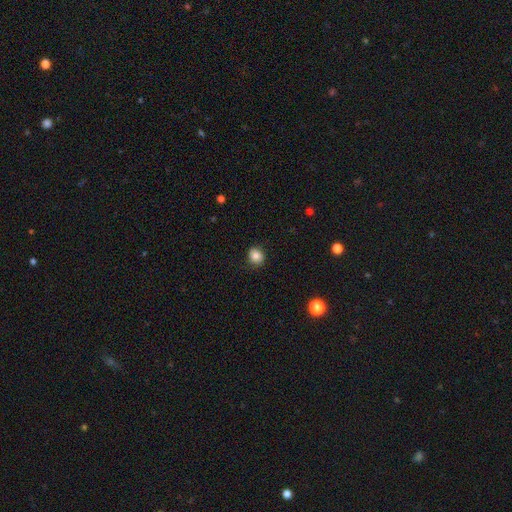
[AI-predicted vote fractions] Smooth or featured? smooth (83%)
How rounded? round (75%)
Merging? none (86%)